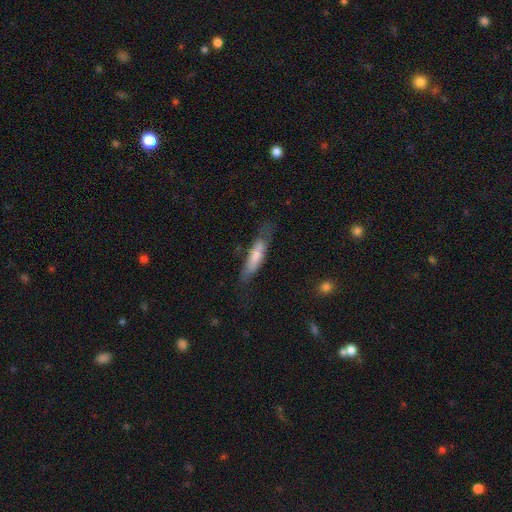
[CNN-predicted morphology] Smooth or featured: smooth — 65% (featured or disk — 29%)
How rounded: cigar-shaped — 65% (in between — 33%)
Merging: none — 59% (minor disturbance — 26%)